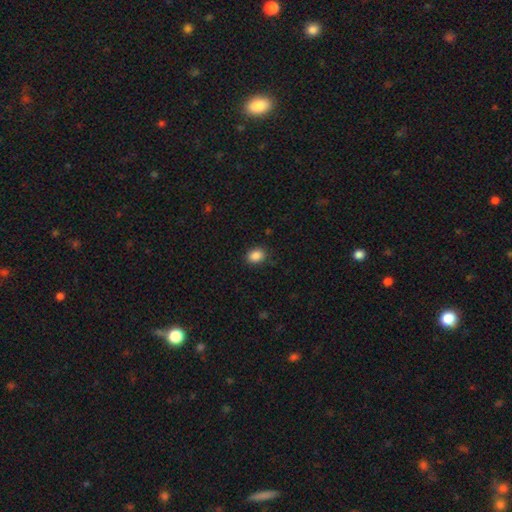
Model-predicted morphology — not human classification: Smooth or featured? smooth (87%)
How rounded? in between (62%)
Merging? none (86%)